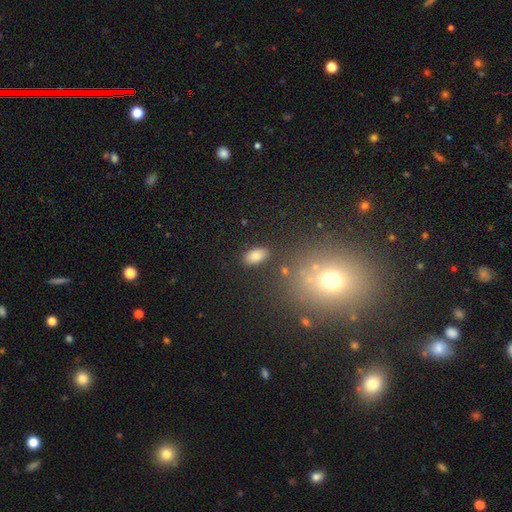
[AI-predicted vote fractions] A smooth galaxy with no disk features (80%) that is in between round and cigar-shaped (92%).

Vote fractions:
- Smooth or featured? smooth: 80% / star or artifact: 11% / featured or disk: 10%
- How rounded? in between: 92% / round: 5% / cigar-shaped: 3%
- Merging? none: 85% / minor disturbance: 9% / major disturbance: 3% / merger: 3%